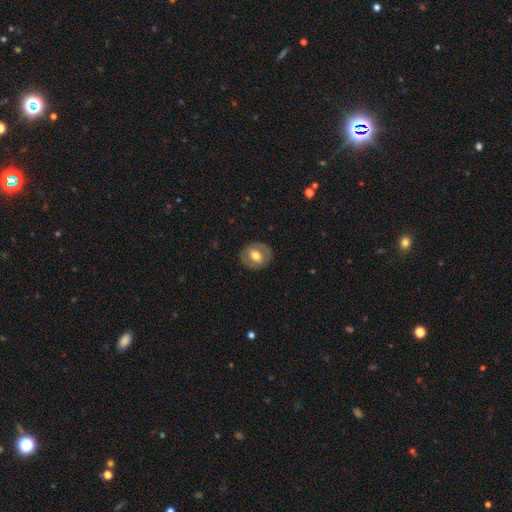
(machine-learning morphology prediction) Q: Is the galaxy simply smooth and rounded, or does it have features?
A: smooth — 55%.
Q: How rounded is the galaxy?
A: round — 61%.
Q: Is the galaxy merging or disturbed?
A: none — 85%.